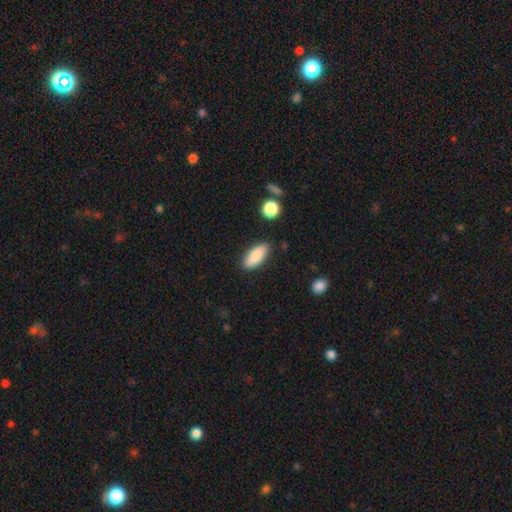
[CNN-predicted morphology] Q: Smooth or featured?
A: smooth (86%); runner-up: featured or disk (7%)
Q: How rounded?
A: in between (83%); runner-up: cigar-shaped (15%)
Q: Merging?
A: none (85%); runner-up: minor disturbance (11%)